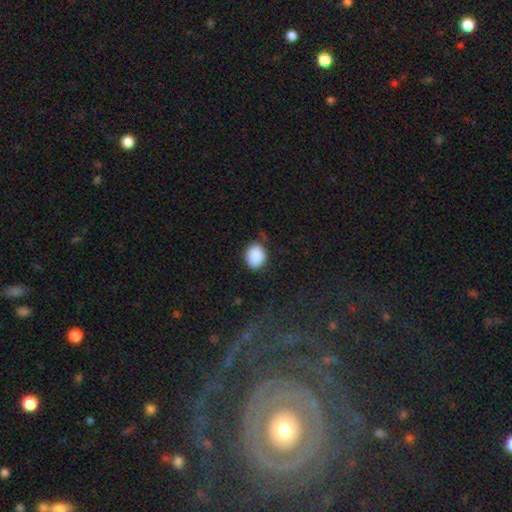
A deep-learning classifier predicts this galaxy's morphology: smooth 89%, star or artifact 7%, featured or disk 4%. Down the decision tree: how rounded — in between (56%); merging — none (74%).